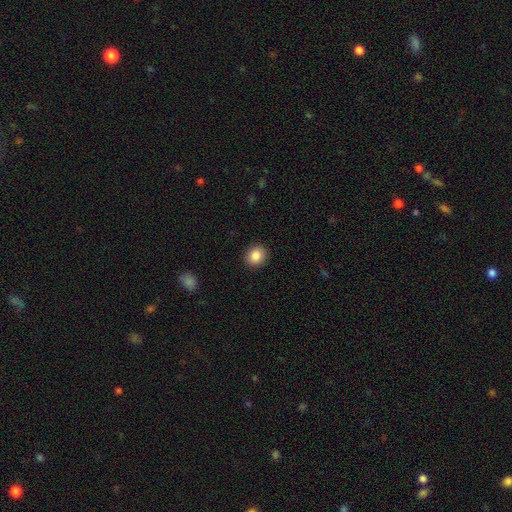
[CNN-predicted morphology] smooth_or_featured: smooth (p=0.87) [alt: star or artifact p=0.09]
how_rounded: round (p=0.71) [alt: in between p=0.28]
merging: none (p=0.91) [alt: minor disturbance p=0.06]